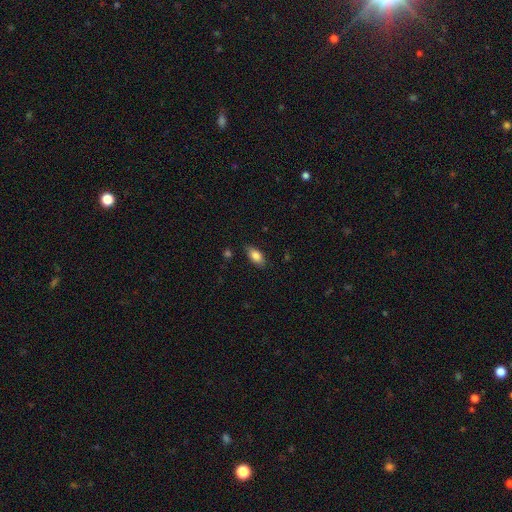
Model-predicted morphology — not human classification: type=smooth (83%); roundness=in between (89%); merging=none (81%).